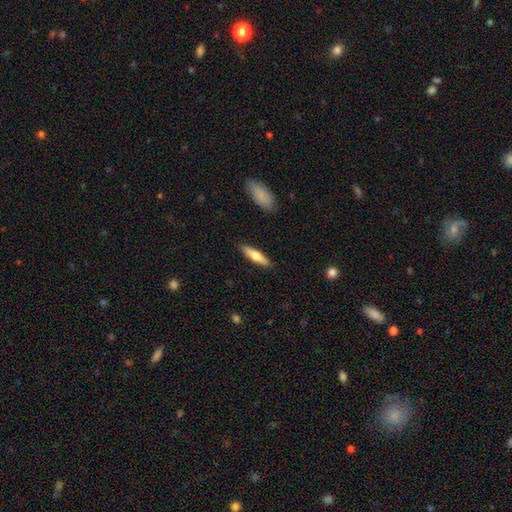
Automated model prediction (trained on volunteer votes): Q: Smooth or featured?
A: smooth (61%); runner-up: featured or disk (33%)
Q: How rounded?
A: cigar-shaped (70%); runner-up: in between (28%)
Q: Merging?
A: none (88%); runner-up: minor disturbance (8%)